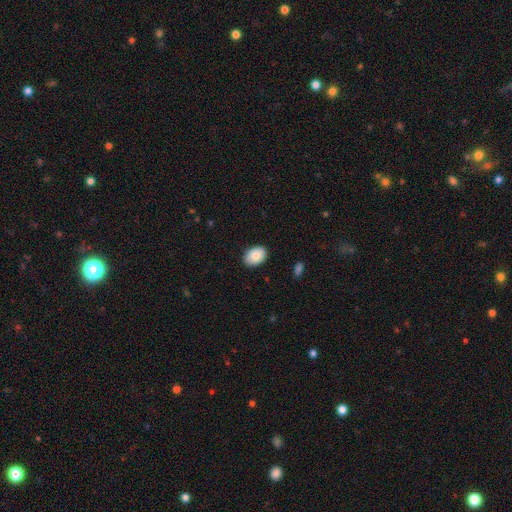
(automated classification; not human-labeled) Smooth or featured? smooth (76%)
How rounded? in between (80%)
Merging? none (87%)